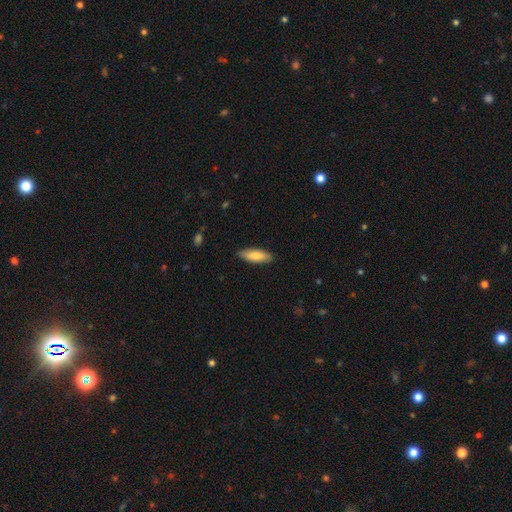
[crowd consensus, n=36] A smooth galaxy with no disk features (92%) that is in between round and cigar-shaped (76%). Merging: none (88%).